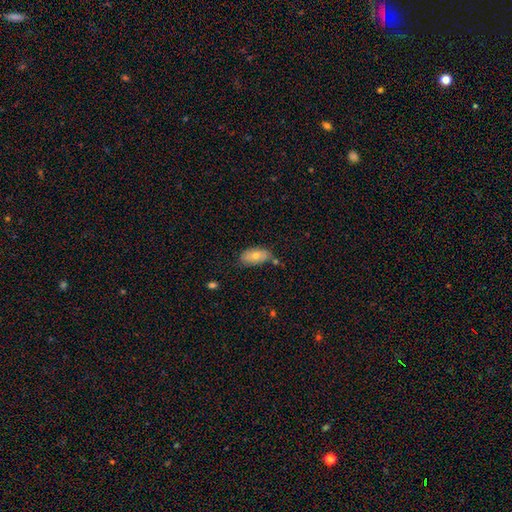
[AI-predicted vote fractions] This appears to be a smooth galaxy with no disk features (67%) that is in between round and cigar-shaped (91%). Merging: none (67%).